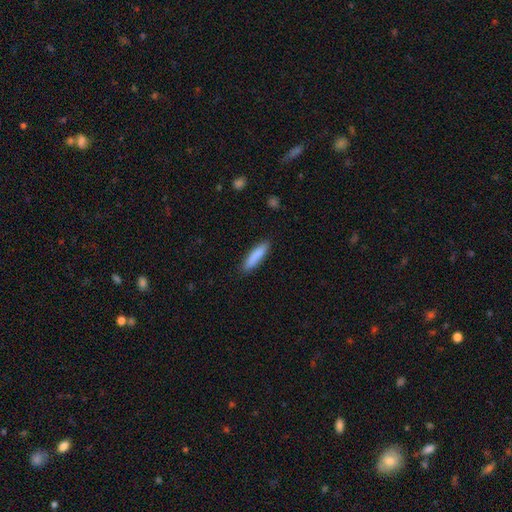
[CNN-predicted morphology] This appears to be a smooth galaxy with no disk features (86%) that is cigar-shaped (77%). Merging: none (87%).